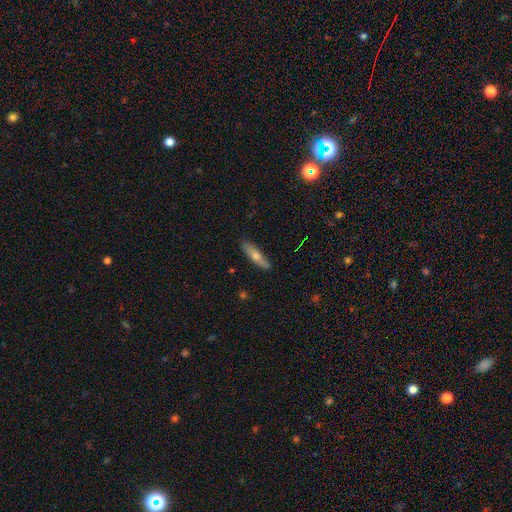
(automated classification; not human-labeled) smooth 55%, featured or disk 38%, star or artifact 7%. Down the decision tree: how rounded — cigar-shaped (76%); merging — none (87%).